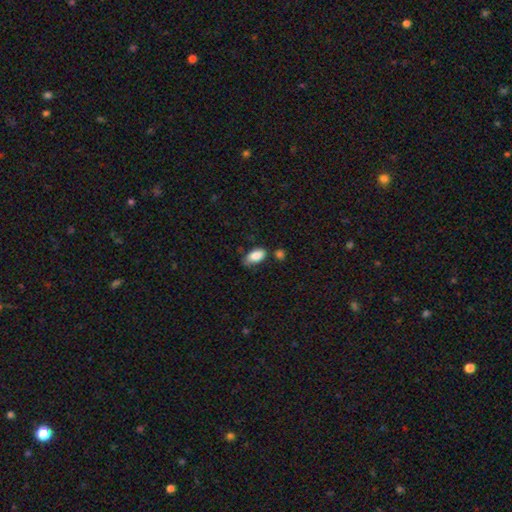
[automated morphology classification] Smooth or featured?
  - smooth: 86% *
  - featured or disk: 7%
  - star or artifact: 7%
How rounded?
  - in between: 93% *
  - cigar-shaped: 3%
  - round: 3%
Merging?
  - none: 59% *
  - minor disturbance: 29%
  - major disturbance: 6%
  - merger: 6%